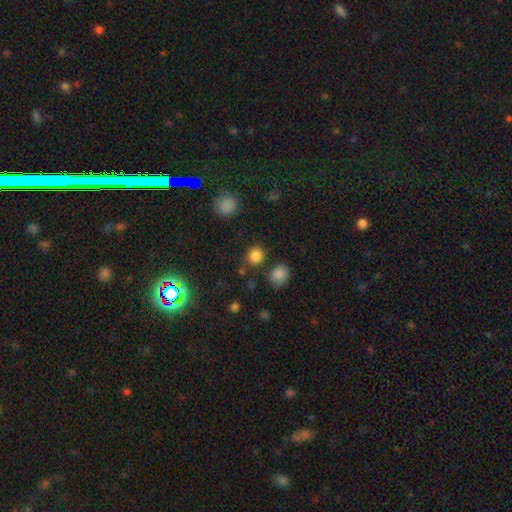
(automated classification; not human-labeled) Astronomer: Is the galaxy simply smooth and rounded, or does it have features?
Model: smooth — 83%.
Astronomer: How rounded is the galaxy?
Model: round — 83%.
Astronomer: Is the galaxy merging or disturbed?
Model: none — 82%.